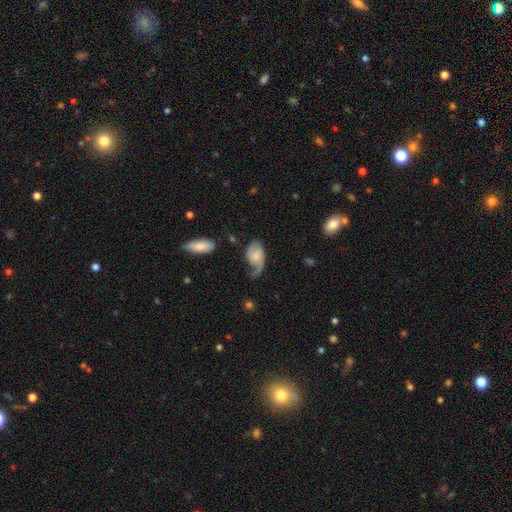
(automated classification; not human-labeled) A featured or disk galaxy (52%).

Vote fractions:
- Smooth or featured? featured or disk: 52% / smooth: 41% / star or artifact: 7%
- Edge-on disk? no: 96% / yes: 4%
- Merging? major disturbance: 39% / none: 29% / minor disturbance: 28% / merger: 4%